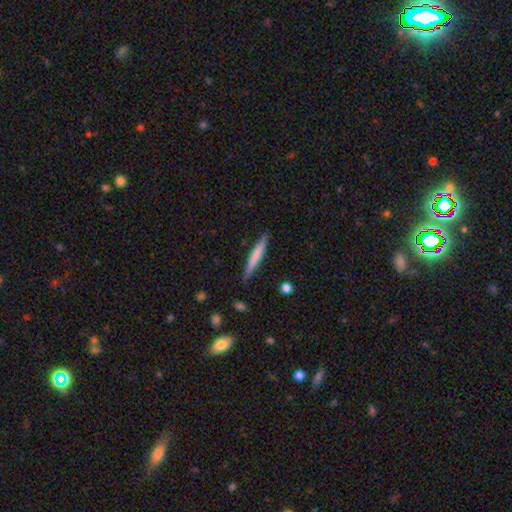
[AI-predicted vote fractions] The model was most divided on "smooth or featured": smooth: 62%, featured or disk: 32%, star or artifact: 6%. More confident: how rounded — cigar-shaped (95%); merging — none (87%).